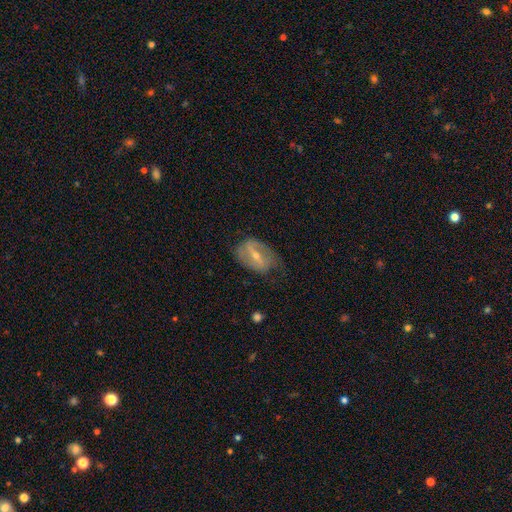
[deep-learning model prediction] smooth_or_featured: featured or disk (p=0.69) [alt: smooth p=0.23]
disk_edge_on: no (p=0.92) [alt: yes p=0.08]
bar: strong (p=0.49) [alt: weak p=0.36]
has_spiral_arms: yes (p=0.66) [alt: no p=0.34]
bulge_size: small (p=0.54) [alt: moderate p=0.43]
merging: none (p=0.59) [alt: minor disturbance p=0.27]